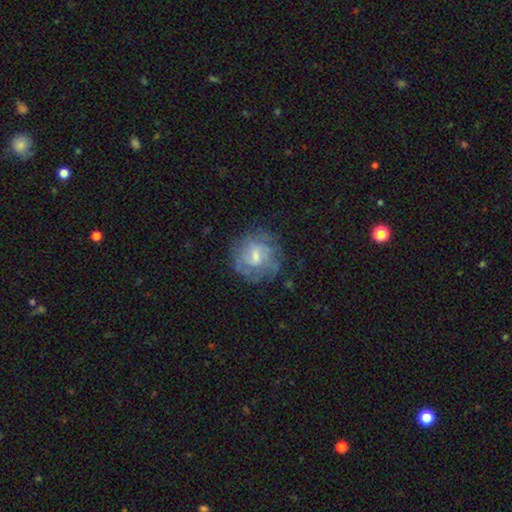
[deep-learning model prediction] Smooth or featured? Predicted: featured or disk (p=0.59). Edge-on disk? Predicted: no (p=0.97). Bar? Predicted: weak (p=0.53). Spiral arms? Predicted: yes (p=0.67). Bulge size? Predicted: moderate (p=0.46). Merging? Predicted: none (p=0.71).